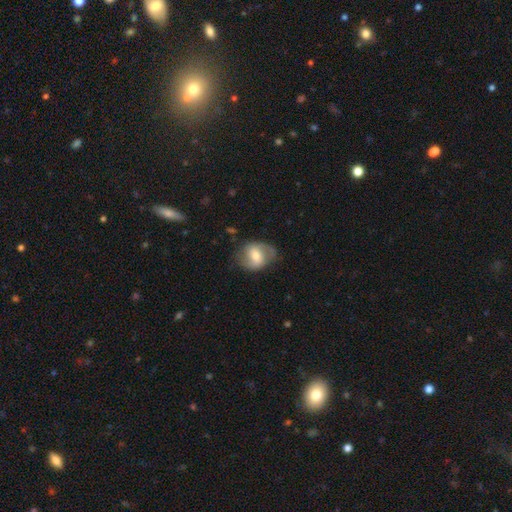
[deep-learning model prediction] Overall: featured or disk (61%; smooth 33%). Edge-on disk: no (96%). Bar: weak (44%; no 34%). Spiral arms: yes (82%). Bulge size: moderate (62%; small 29%). Merging: none (69%).